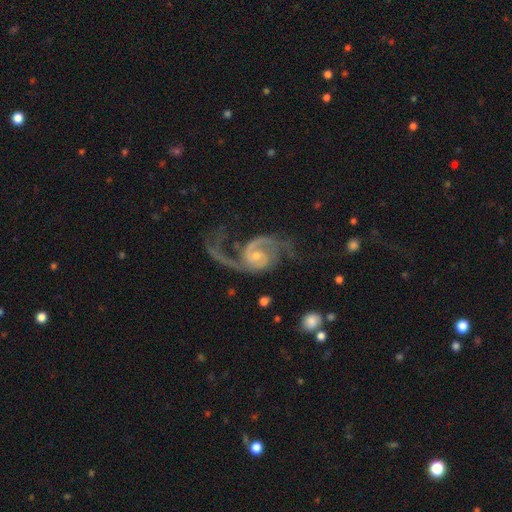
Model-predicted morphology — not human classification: smooth-or-featured: featured or disk: 92% | star or artifact: 5% | smooth: 4%
  disk-edge-on: no: 98% | yes: 2%
    bar: no: 58% | weak: 33% | strong: 8%
    has-spiral-arms: yes: 98% | no: 2%
      spiral-winding: medium: 50% | loose: 34% | tight: 16%
      spiral-arm-count: 2: 88% | 1: 4% | can't tell: 3% | 3: 2% | 4: 1% | more than 4: 1%
    bulge-size: small: 65% | moderate: 29% | none: 3% | large: 2% | dominant: 1%
  merging: none: 51% | major disturbance: 28% | minor disturbance: 17% | merger: 4%